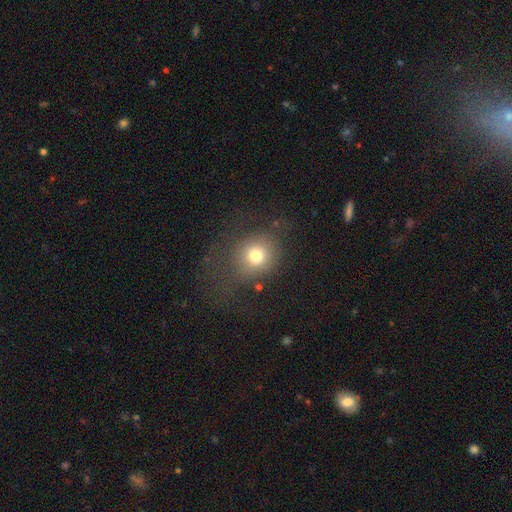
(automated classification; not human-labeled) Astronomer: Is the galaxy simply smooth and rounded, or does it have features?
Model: smooth — 73%.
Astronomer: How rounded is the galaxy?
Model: round — 77%.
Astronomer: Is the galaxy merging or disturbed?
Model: none — 54%.